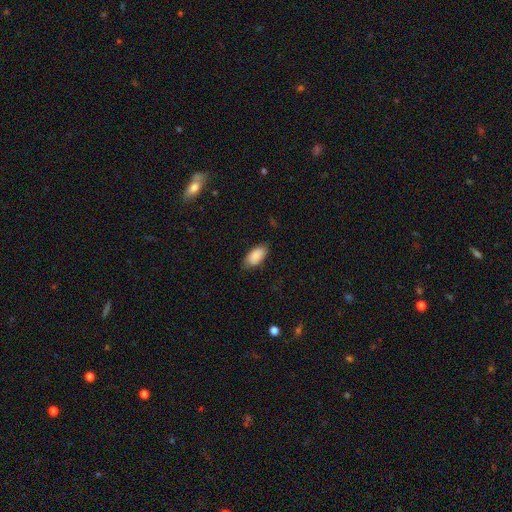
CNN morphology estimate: A smooth galaxy with no disk features (88%) that is in between round and cigar-shaped (93%).

Vote fractions:
- Smooth or featured? smooth: 88% / star or artifact: 6% / featured or disk: 6%
- How rounded? in between: 93% / cigar-shaped: 5% / round: 2%
- Merging? none: 79% / minor disturbance: 17% / major disturbance: 3% / merger: 1%